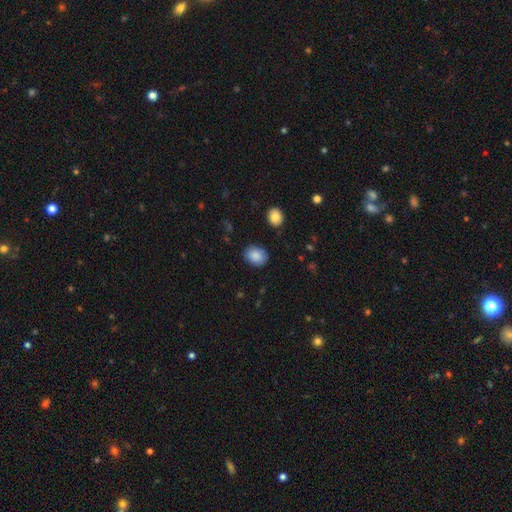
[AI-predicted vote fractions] Smooth or featured?
  - smooth: 87% *
  - star or artifact: 8%
  - featured or disk: 5%
How rounded?
  - in between: 52% *
  - round: 47%
  - cigar-shaped: 1%
Merging?
  - none: 84% *
  - minor disturbance: 11%
  - major disturbance: 3%
  - merger: 1%